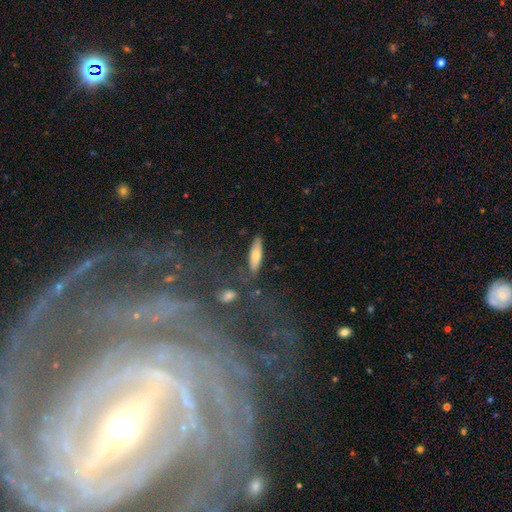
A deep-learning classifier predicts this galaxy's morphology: Smooth or featured: smooth — 71% (featured or disk — 22%)
How rounded: cigar-shaped — 54% (in between — 43%)
Merging: none — 78% (minor disturbance — 14%)